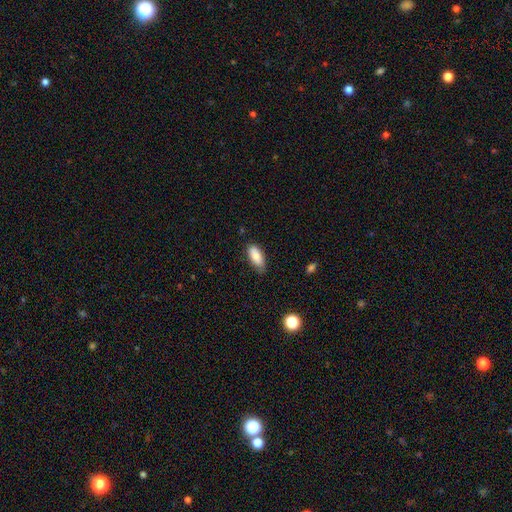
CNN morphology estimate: smooth 83%, featured or disk 10%, star or artifact 7%. Down the decision tree: how rounded — in between (83%); merging — none (66%).